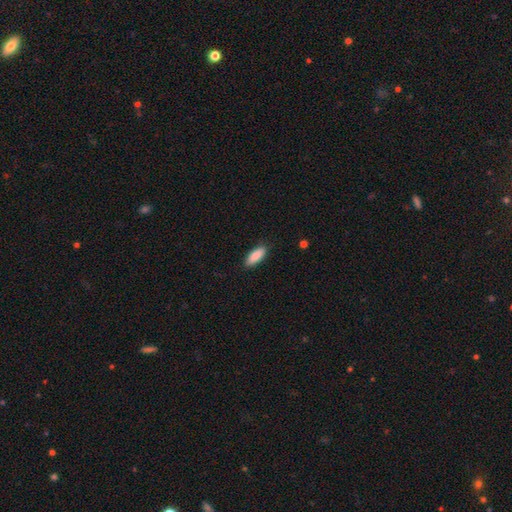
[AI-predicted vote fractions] A smooth galaxy with no disk features (89%) that is in between round and cigar-shaped (73%).

Vote fractions:
- Smooth or featured? smooth: 89% / star or artifact: 6% / featured or disk: 5%
- How rounded? in between: 73% / cigar-shaped: 26% / round: 2%
- Merging? none: 87% / minor disturbance: 10% / major disturbance: 2% / merger: 1%